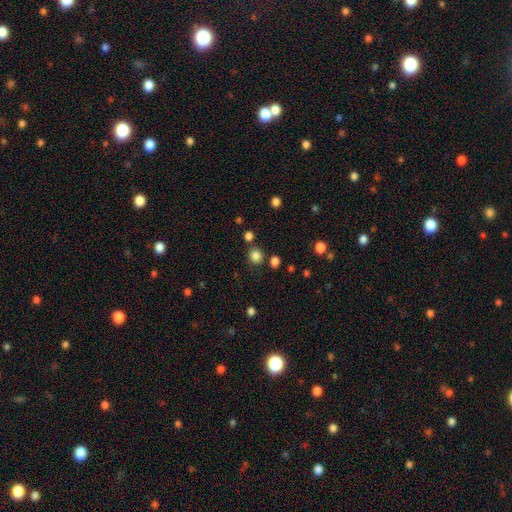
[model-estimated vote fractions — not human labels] A smooth galaxy with no disk features (83%) that is round (87%). Merging: none (82%).